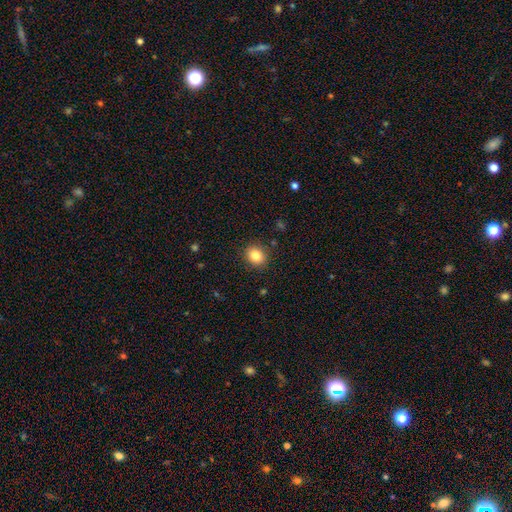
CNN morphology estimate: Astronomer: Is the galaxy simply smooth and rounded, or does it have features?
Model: smooth — 84%.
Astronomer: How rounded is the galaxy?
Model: round — 65%.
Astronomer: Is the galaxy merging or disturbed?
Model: none — 89%.